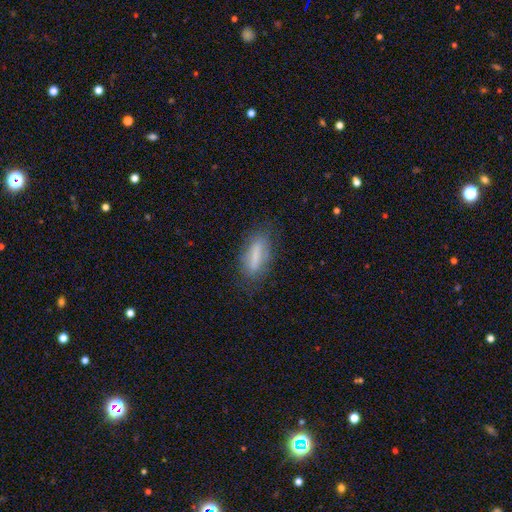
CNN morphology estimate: Overall: smooth (64%; featured or disk 27%). How rounded: cigar-shaped (50%; in between 47%). Merging: none (76%).